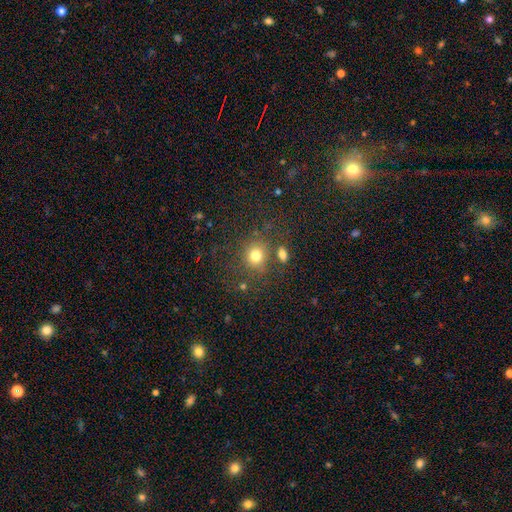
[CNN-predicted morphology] Q: Smooth or featured?
A: smooth (77%); runner-up: star or artifact (15%)
Q: How rounded?
A: round (82%); runner-up: in between (17%)
Q: Merging?
A: none (70%); runner-up: minor disturbance (12%)